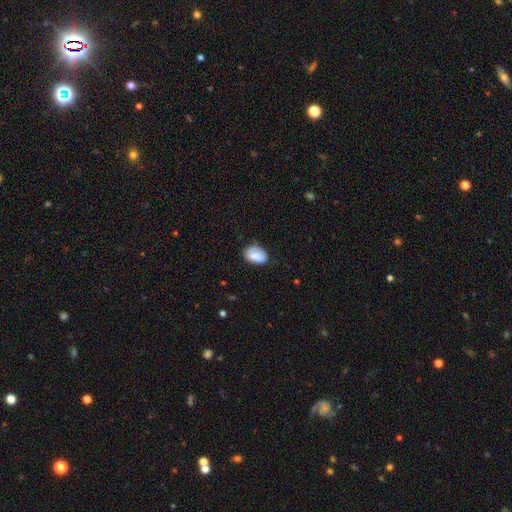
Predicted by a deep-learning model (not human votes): Q: Smooth or featured?
A: smooth (80%); runner-up: featured or disk (13%)
Q: How rounded?
A: in between (88%); runner-up: round (10%)
Q: Merging?
A: none (68%); runner-up: minor disturbance (25%)